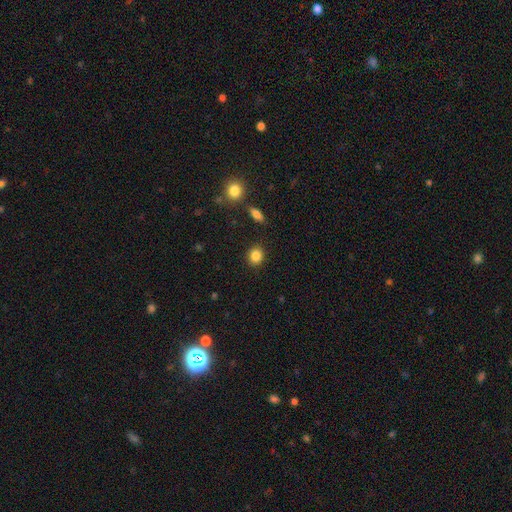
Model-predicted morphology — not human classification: Smooth or featured? smooth (85%)
How rounded? round (76%)
Merging? none (89%)